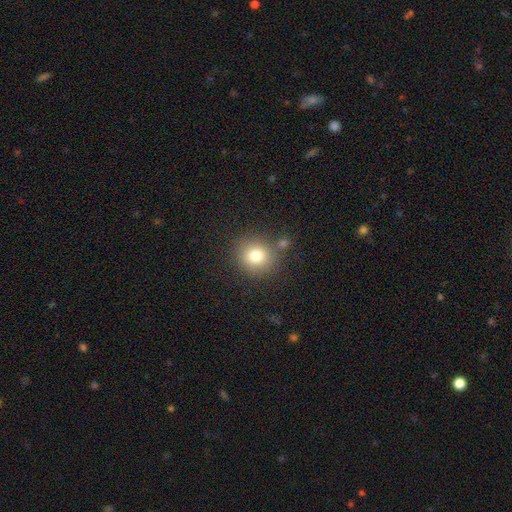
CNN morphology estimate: smooth_or_featured: smooth (p=0.79) [alt: star or artifact p=0.12]
how_rounded: round (p=0.88) [alt: in between p=0.11]
merging: none (p=0.78) [alt: minor disturbance p=0.10]